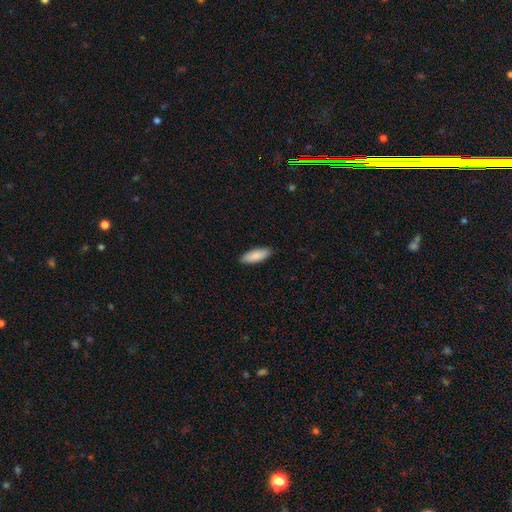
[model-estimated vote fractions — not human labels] This is clearly a smooth galaxy (89%). How rounded: likely in between (64%). Merging: clearly none (90%).